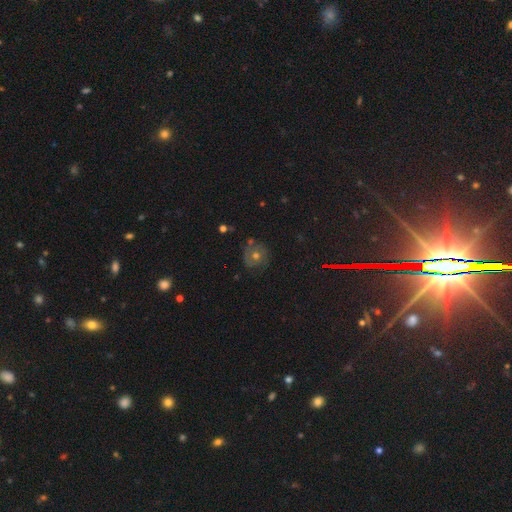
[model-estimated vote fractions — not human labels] Q: Smooth or featured?
A: featured or disk (51%); runner-up: smooth (28%)
Q: Edge-on disk?
A: no (96%); runner-up: yes (4%)
Q: Merging?
A: none (74%); runner-up: minor disturbance (16%)